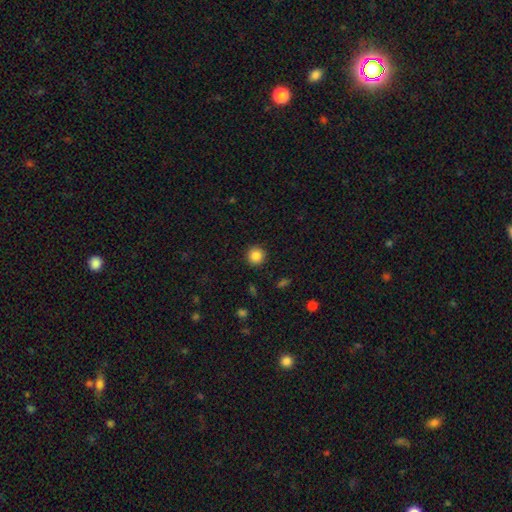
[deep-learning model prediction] Smooth or featured? Predicted: smooth (p=0.85). How rounded? Predicted: round (p=0.94). Merging? Predicted: none (p=0.92).